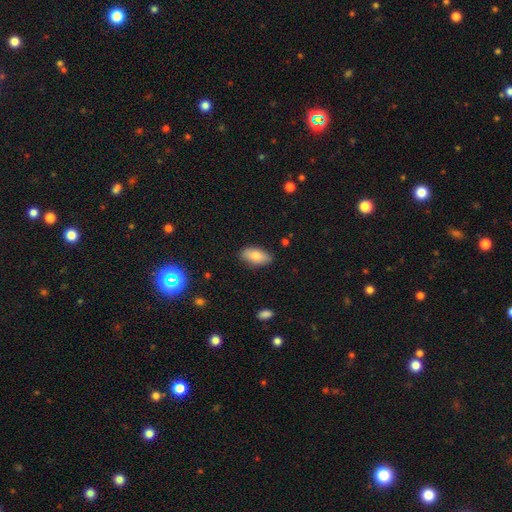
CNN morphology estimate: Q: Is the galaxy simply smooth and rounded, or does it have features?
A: smooth — 80%.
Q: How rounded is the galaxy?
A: in between — 90%.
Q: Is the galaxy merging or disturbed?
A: none — 84%.